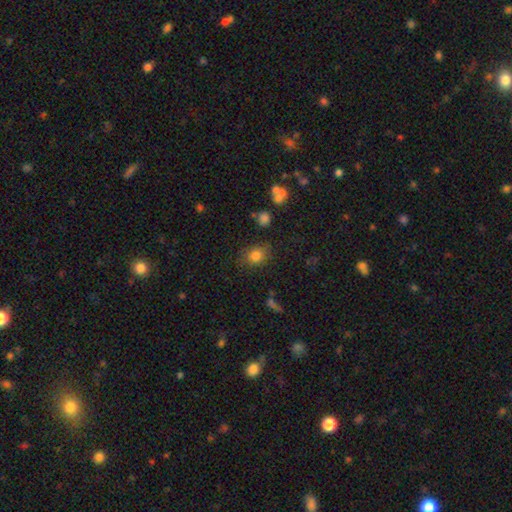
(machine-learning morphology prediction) Q: Smooth or featured?
A: smooth (80%); runner-up: star or artifact (12%)
Q: How rounded?
A: round (56%); runner-up: in between (43%)
Q: Merging?
A: none (77%); runner-up: minor disturbance (15%)